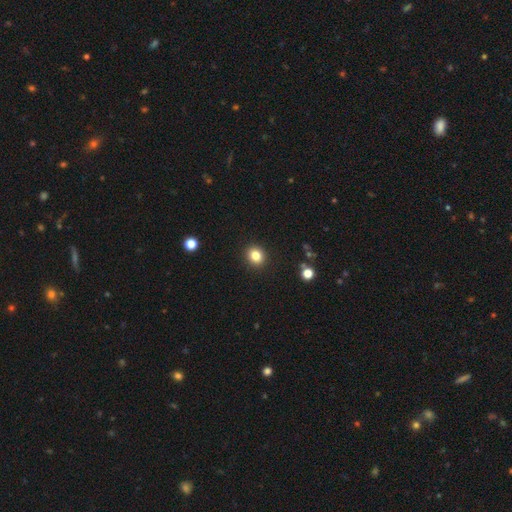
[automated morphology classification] Overall: smooth (83%). How rounded: round (71%). Merging: none (92%).